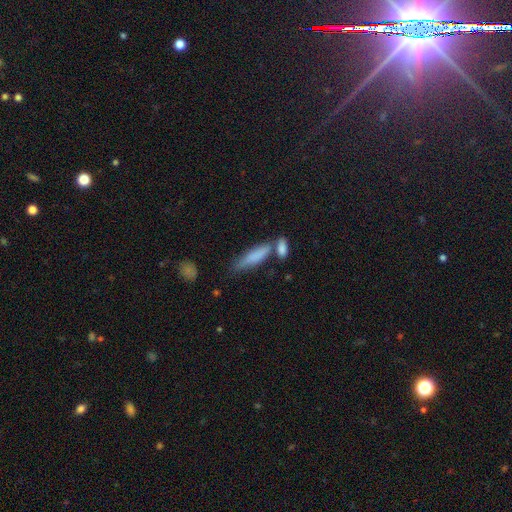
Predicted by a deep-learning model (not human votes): A smooth galaxy with no disk features (77%) that is cigar-shaped (67%). Merging: none (47%).